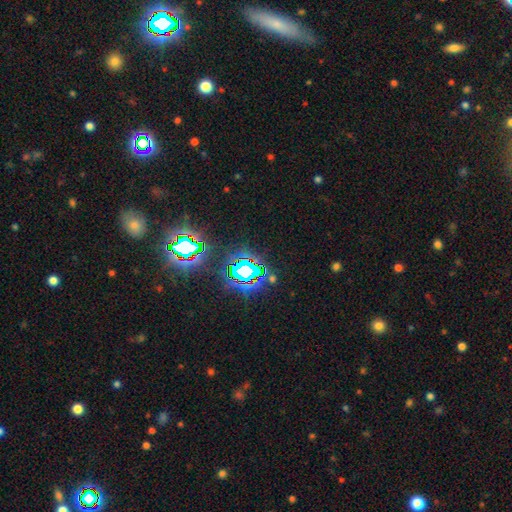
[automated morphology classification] type=star or artifact (81%).